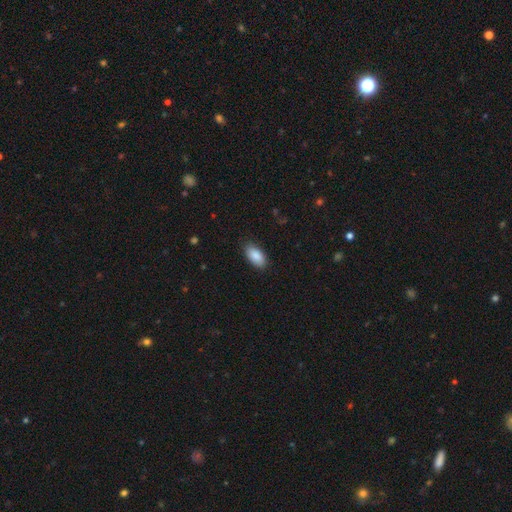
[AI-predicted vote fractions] This appears to be a smooth galaxy with no disk features (89%) that is in between round and cigar-shaped (94%). Merging: none (86%).